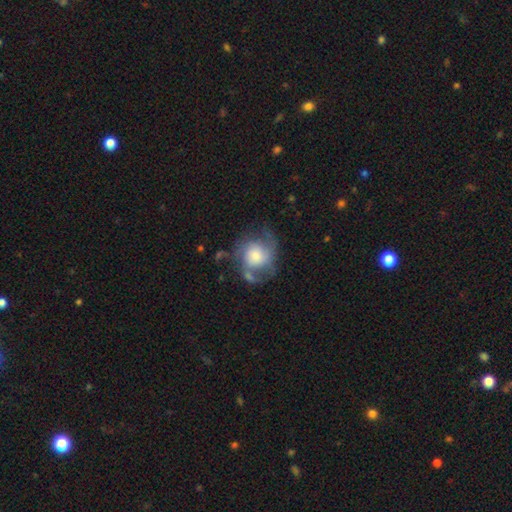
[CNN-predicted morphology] This appears to be a featured or disk galaxy (60%) with no bar (77%), spiral arms (83%) and a large central bulge (35%). Merging: none (47%).